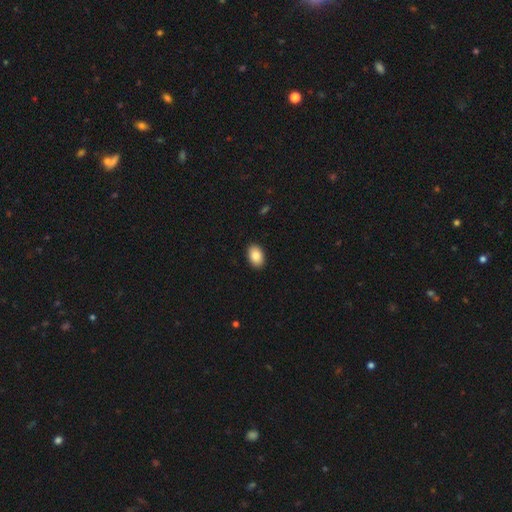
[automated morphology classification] smooth-or-featured: smooth: 88% | star or artifact: 7% | featured or disk: 5%
  how-rounded: in between: 88% | round: 11% | cigar-shaped: 1%
  merging: none: 91% | minor disturbance: 6% | major disturbance: 2% | merger: 1%